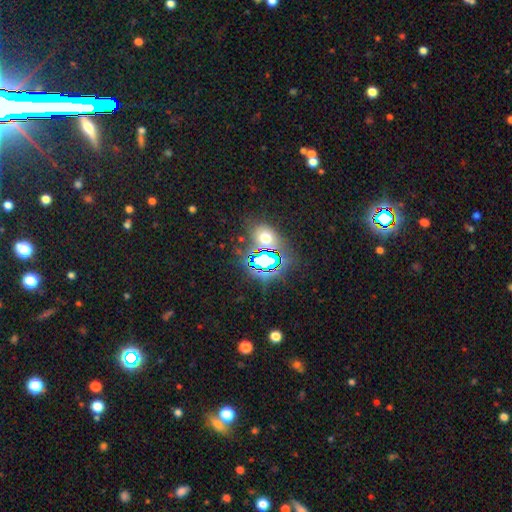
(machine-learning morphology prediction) smooth-or-featured: star or artifact: 74% | smooth: 18% | featured or disk: 8%